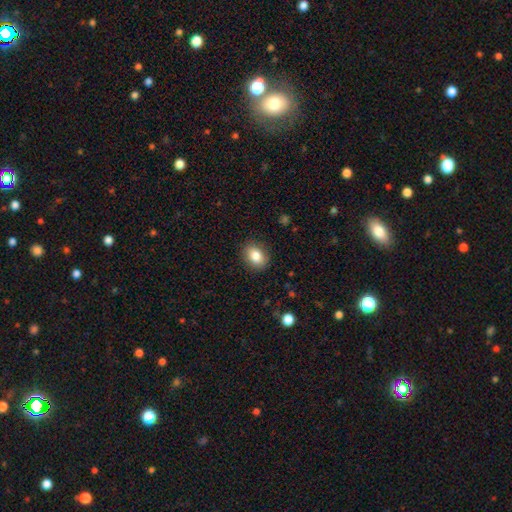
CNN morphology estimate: Smooth or featured? smooth (84%)
How rounded? in between (64%)
Merging? none (87%)